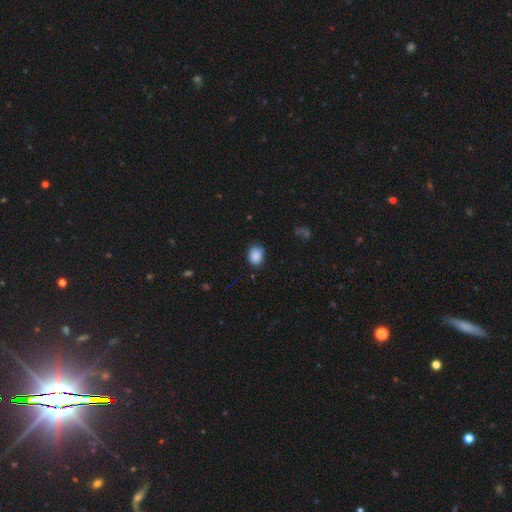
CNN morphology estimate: Smooth or featured: smooth — 88% (star or artifact — 9%)
How rounded: in between — 50% (round — 49%)
Merging: none — 81% (minor disturbance — 15%)